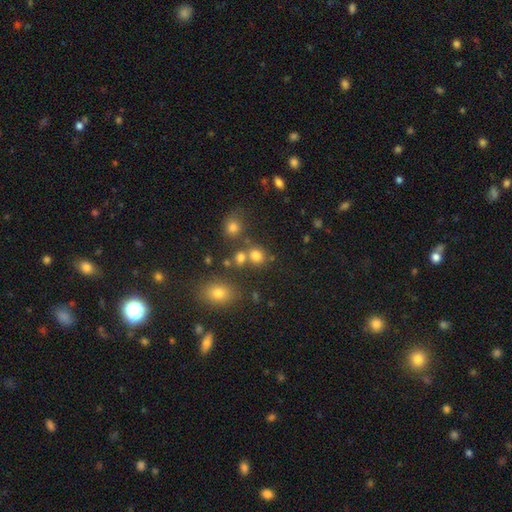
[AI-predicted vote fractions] This is likely a smooth galaxy (76%). How rounded: likely round (74%). Merging: likely none (61%).